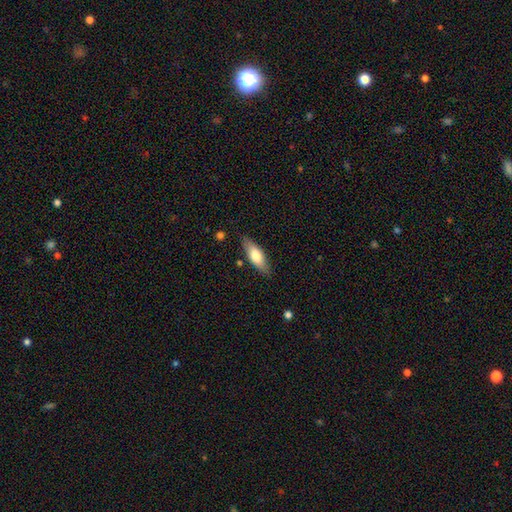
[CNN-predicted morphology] This appears to be a smooth galaxy with no disk features (70%) that is in between round and cigar-shaped (61%). Merging: none (81%).